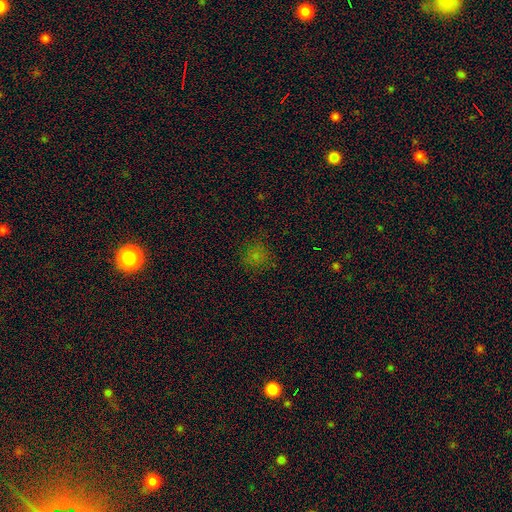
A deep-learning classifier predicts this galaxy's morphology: Smooth or featured: smooth — 68% (star or artifact — 25%)
How rounded: round — 86% (in between — 13%)
Merging: none — 79% (minor disturbance — 14%)